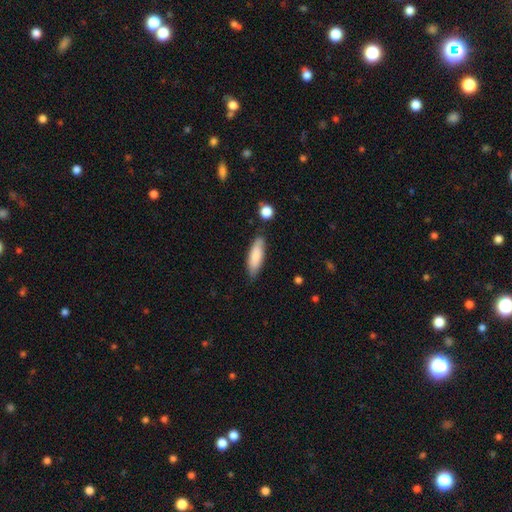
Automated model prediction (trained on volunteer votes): Morphology: type=smooth (83%); roundness=in between (53%); merging=none (80%).